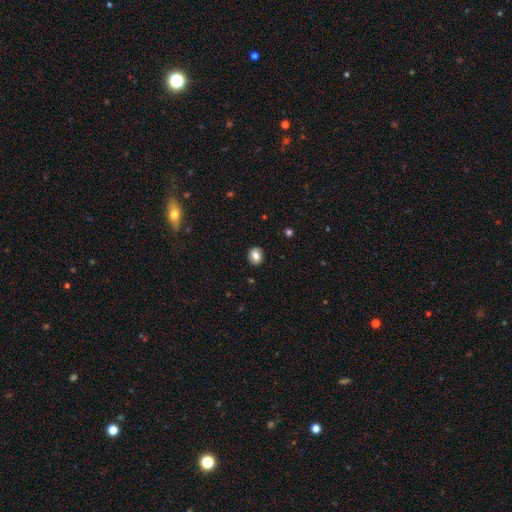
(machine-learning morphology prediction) smooth 78%, featured or disk 13%, star or artifact 9%. Down the decision tree: how rounded — round (68%); merging — none (89%).